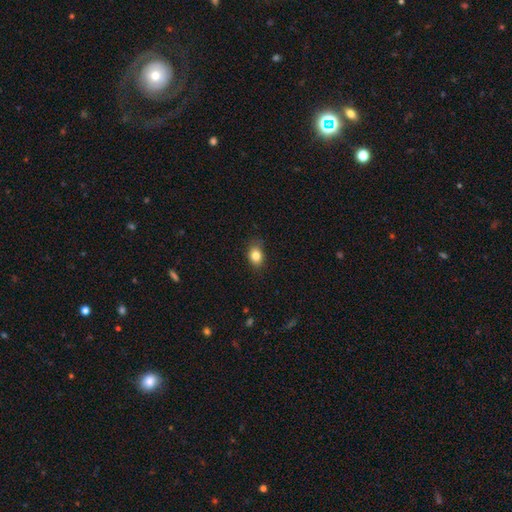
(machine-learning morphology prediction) This is clearly a smooth galaxy (83%). How rounded: likely in between (66%). Merging: likely none (79%).